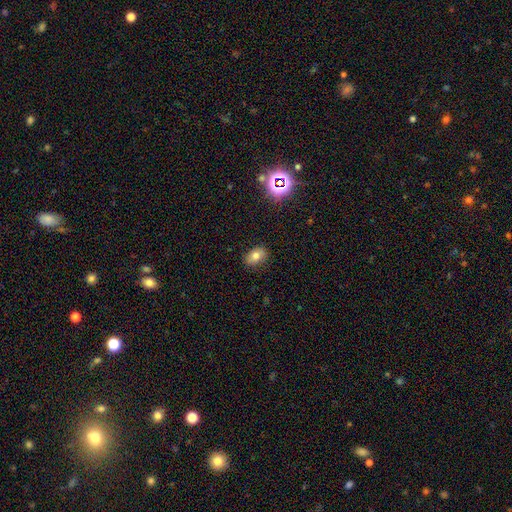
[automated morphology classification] smooth-or-featured: smooth: 74% | star or artifact: 13% | featured or disk: 12%
  how-rounded: in between: 77% | round: 22% | cigar-shaped: 1%
  merging: none: 84% | minor disturbance: 12% | major disturbance: 3% | merger: 1%